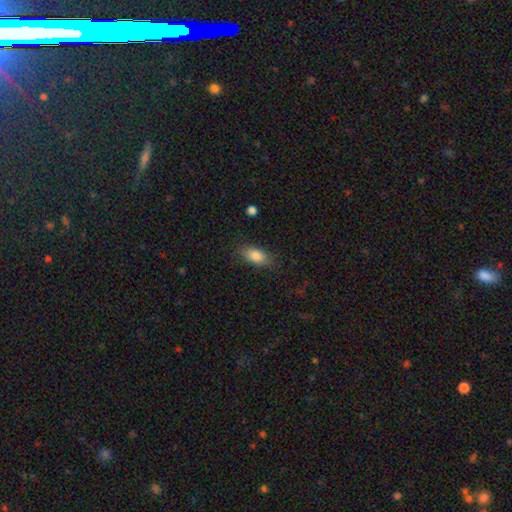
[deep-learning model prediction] smooth 83%, featured or disk 9%, star or artifact 8%. Down the decision tree: how rounded — in between (87%); merging — none (82%).